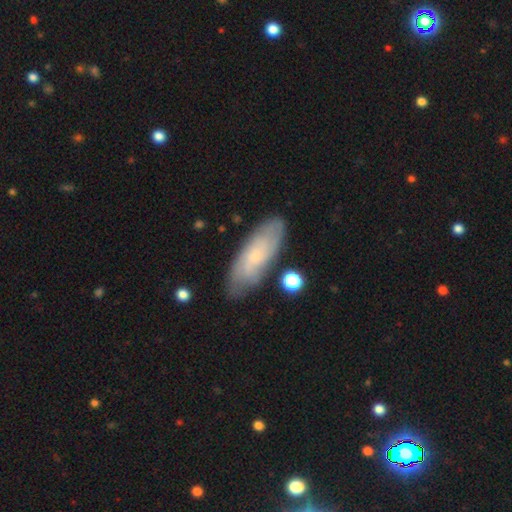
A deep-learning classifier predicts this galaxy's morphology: smooth_or_featured: featured or disk (p=0.48) [alt: smooth p=0.46]
merging: none (p=0.77) [alt: minor disturbance p=0.16]